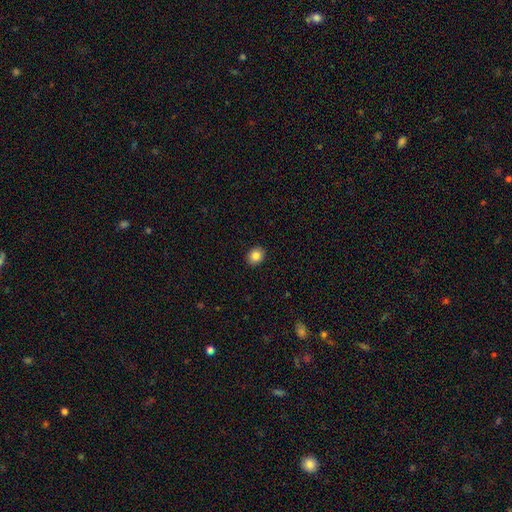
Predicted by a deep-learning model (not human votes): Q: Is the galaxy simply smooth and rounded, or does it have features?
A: smooth — 86%.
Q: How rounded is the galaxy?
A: round — 57%.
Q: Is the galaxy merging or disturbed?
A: none — 91%.